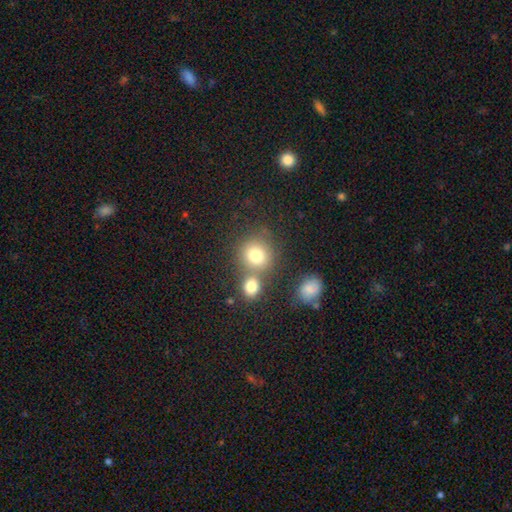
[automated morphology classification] A smooth galaxy with no disk features (78%) that is round (83%).

Vote fractions:
- Smooth or featured? smooth: 78% / star or artifact: 12% / featured or disk: 10%
- How rounded? round: 83% / in between: 16% / cigar-shaped: 1%
- Merging? none: 55% / merger: 32% / minor disturbance: 9% / major disturbance: 4%